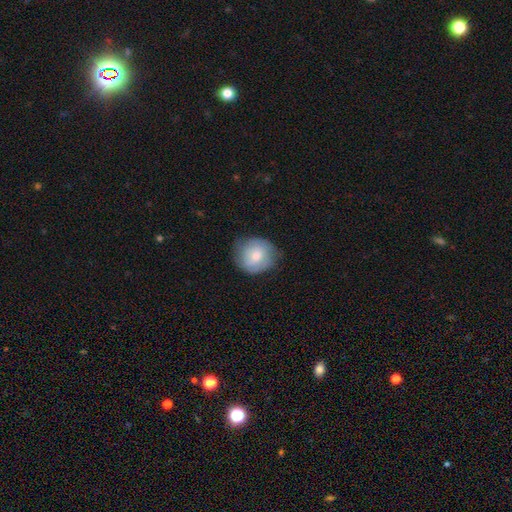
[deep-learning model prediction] smooth_or_featured: smooth (p=0.67) [alt: featured or disk p=0.26]
how_rounded: round (p=0.82) [alt: in between p=0.17]
merging: none (p=0.69) [alt: minor disturbance p=0.24]